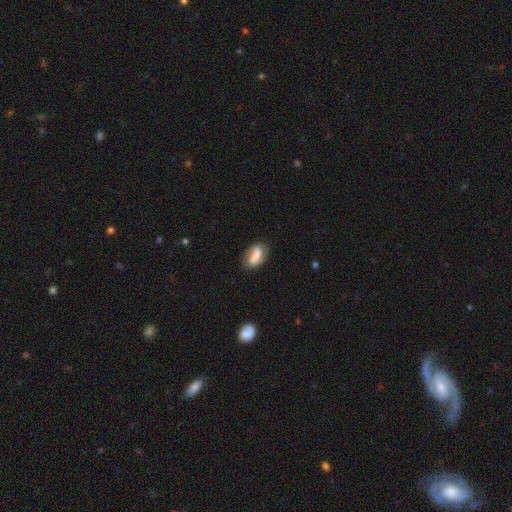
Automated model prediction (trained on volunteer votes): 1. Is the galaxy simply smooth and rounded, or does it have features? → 67% smooth, 25% featured or disk, 8% star or artifact.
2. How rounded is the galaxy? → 85% in between, 9% cigar-shaped, 6% round.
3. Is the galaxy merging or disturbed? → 70% none, 22% minor disturbance, 6% major disturbance, 3% merger.